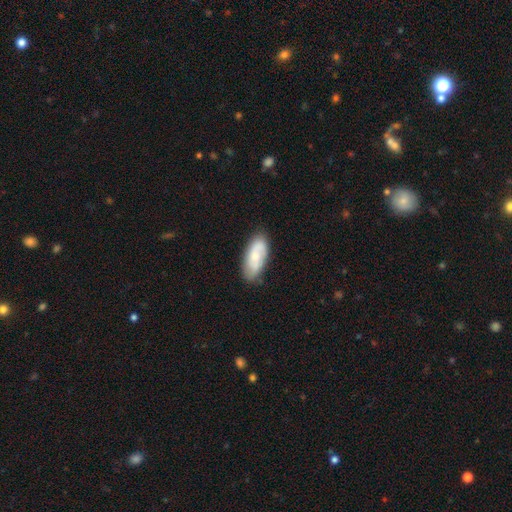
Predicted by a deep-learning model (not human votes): A smooth galaxy with no disk features (52%) that is in between round and cigar-shaped (84%). Merging: none (80%).